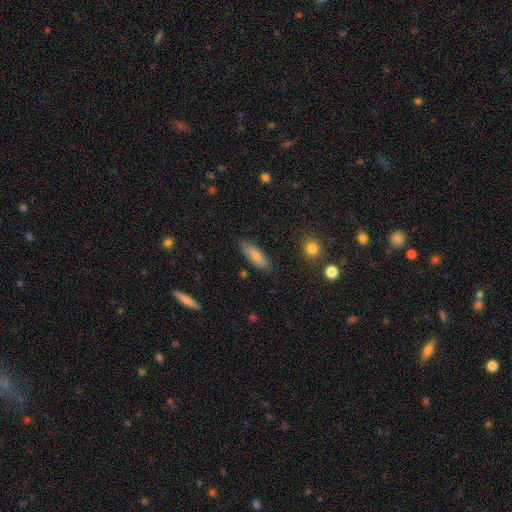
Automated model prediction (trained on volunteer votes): Morphology: type=smooth (76%); roundness=in between (75%); merging=none (83%).